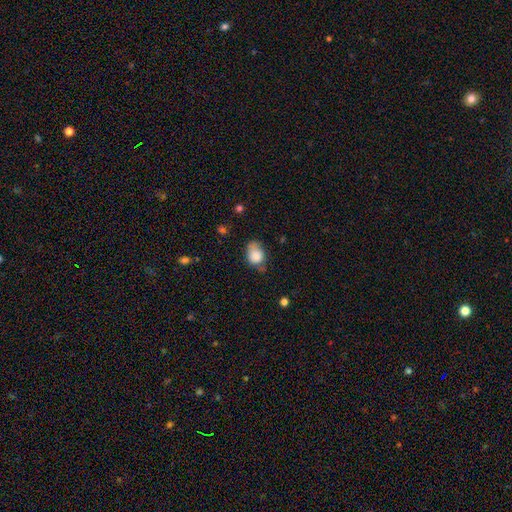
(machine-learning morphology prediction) Smooth or featured? smooth (82%)
How rounded? in between (65%)
Merging? none (42%)